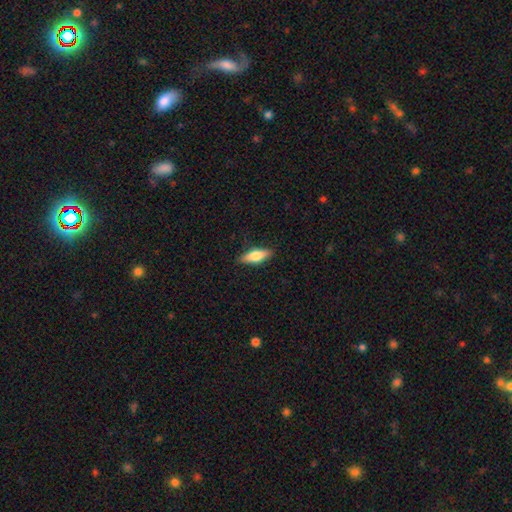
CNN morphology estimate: Smooth or featured?
  - smooth: 67% *
  - featured or disk: 27%
  - star or artifact: 6%
How rounded?
  - in between: 62% *
  - cigar-shaped: 35%
  - round: 3%
Merging?
  - none: 86% *
  - minor disturbance: 11%
  - major disturbance: 2%
  - merger: 1%